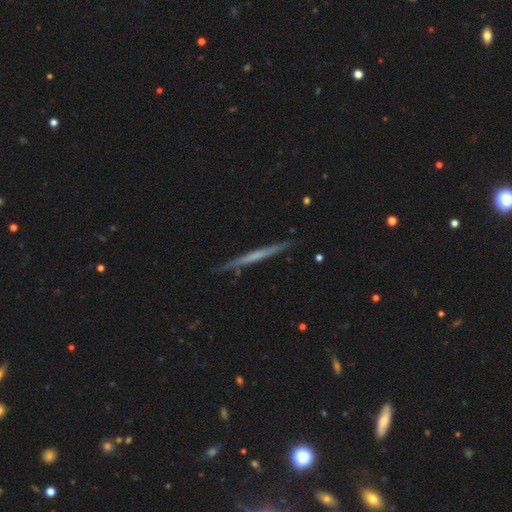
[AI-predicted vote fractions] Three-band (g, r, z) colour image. It shows a featured or disk galaxy (58%) viewed edge-on (97%) with no central bulge (85%). Merging: none (88%).